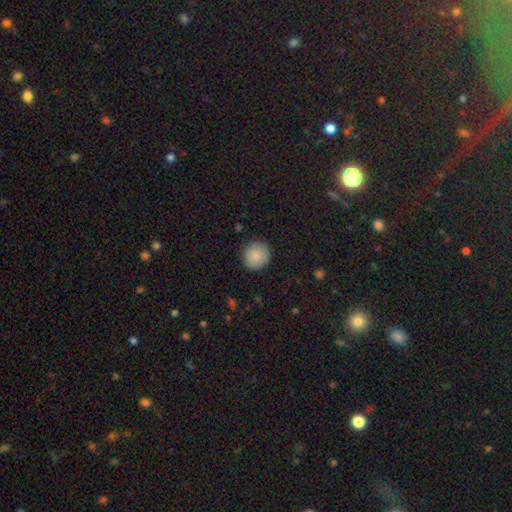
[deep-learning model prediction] Overall: smooth (87%). How rounded: round (94%). Merging: none (89%).